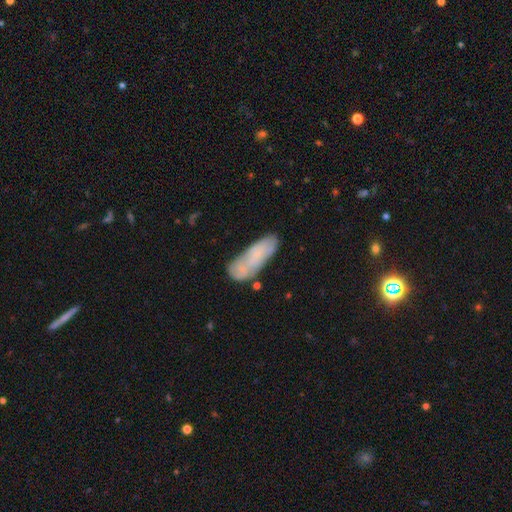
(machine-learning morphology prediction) smooth 60%, featured or disk 32%, star or artifact 8%. Down the decision tree: how rounded — in between (59%); merging — none (61%).